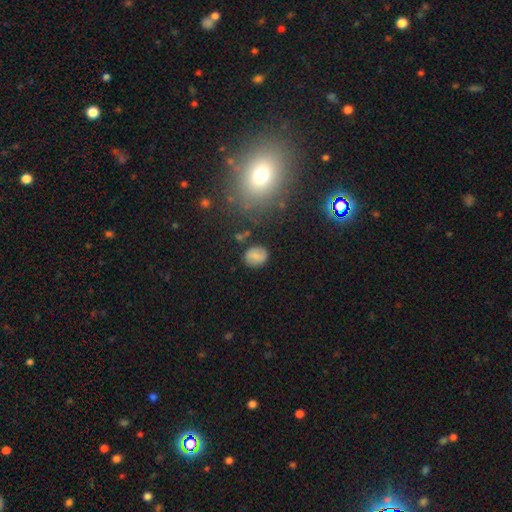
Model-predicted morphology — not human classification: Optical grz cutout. It shows a smooth galaxy with no disk features (72%) that is round (55%). Merging: none (80%).